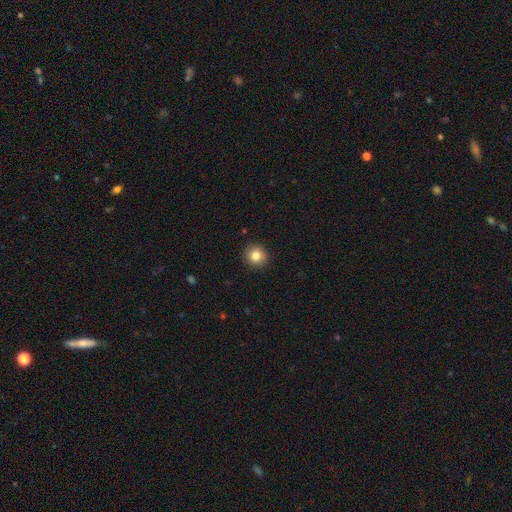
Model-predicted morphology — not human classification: This is clearly a smooth galaxy (83%). How rounded: clearly round (91%). Merging: clearly none (92%).